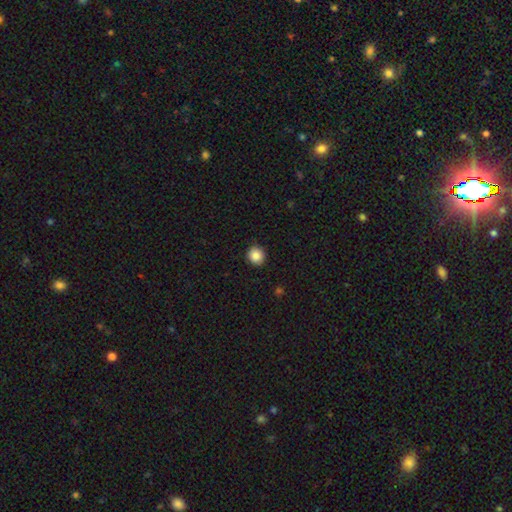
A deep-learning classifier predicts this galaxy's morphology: Overall: smooth (87%). How rounded: round (90%). Merging: none (92%).